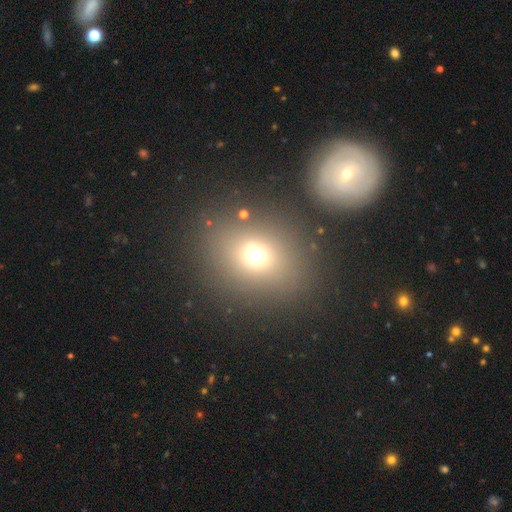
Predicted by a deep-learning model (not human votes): Smooth or featured: smooth — 66% (star or artifact — 21%)
How rounded: round — 63% (in between — 35%)
Merging: none — 74% (minor disturbance — 10%)